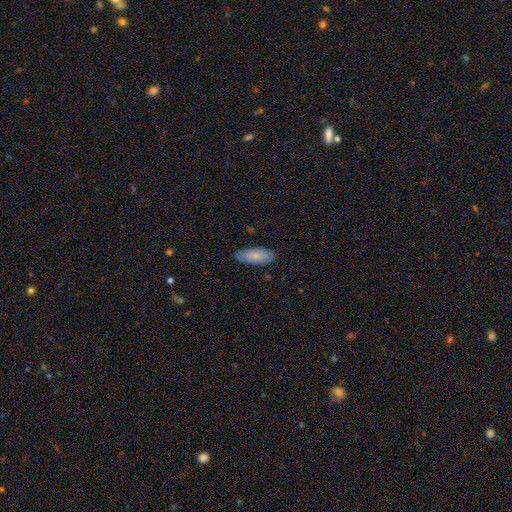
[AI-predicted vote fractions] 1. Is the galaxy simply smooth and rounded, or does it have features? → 82% smooth, 13% featured or disk, 6% star or artifact.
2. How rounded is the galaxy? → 75% in between, 23% cigar-shaped, 2% round.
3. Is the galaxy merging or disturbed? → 86% none, 11% minor disturbance, 2% major disturbance, 1% merger.